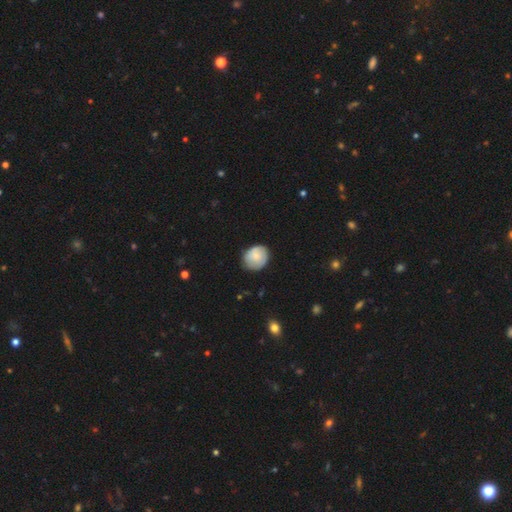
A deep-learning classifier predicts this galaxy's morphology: Smooth or featured? Predicted: smooth (p=0.71). How rounded? Predicted: round (p=0.69). Merging? Predicted: none (p=0.74).